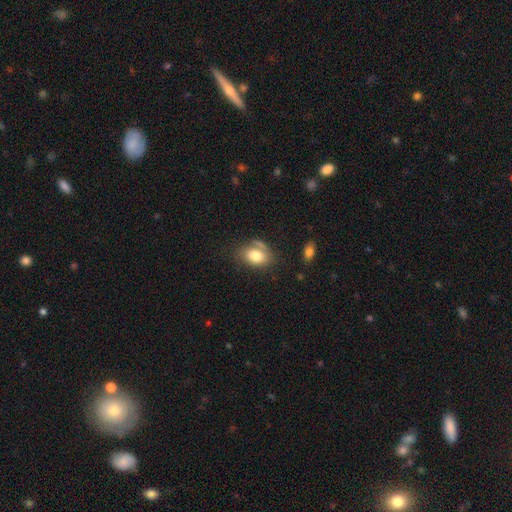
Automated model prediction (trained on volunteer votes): The model was most divided on "merging": none: 55%, minor disturbance: 22%, merger: 12%, major disturbance: 12%. More confident: how rounded — in between (81%); smooth or featured — smooth (76%).